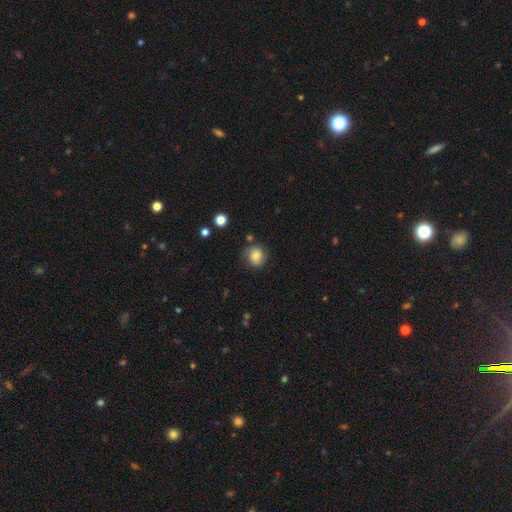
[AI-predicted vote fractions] This appears to be a smooth galaxy with no disk features (72%) that is round (78%). Merging: none (72%).